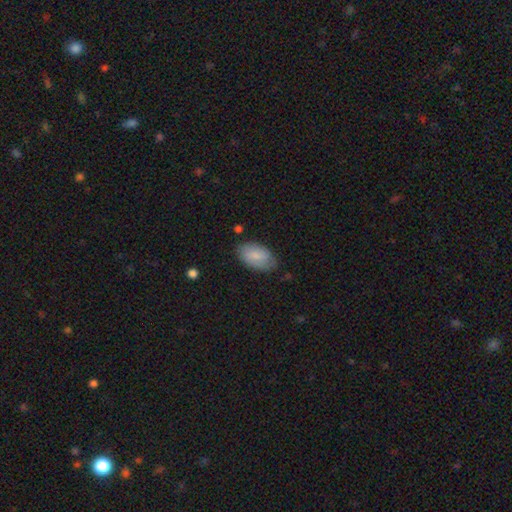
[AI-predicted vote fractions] Smooth or featured?
  - smooth: 79% *
  - featured or disk: 15%
  - star or artifact: 6%
How rounded?
  - in between: 94% *
  - round: 4%
  - cigar-shaped: 2%
Merging?
  - none: 73% *
  - minor disturbance: 21%
  - major disturbance: 4%
  - merger: 2%